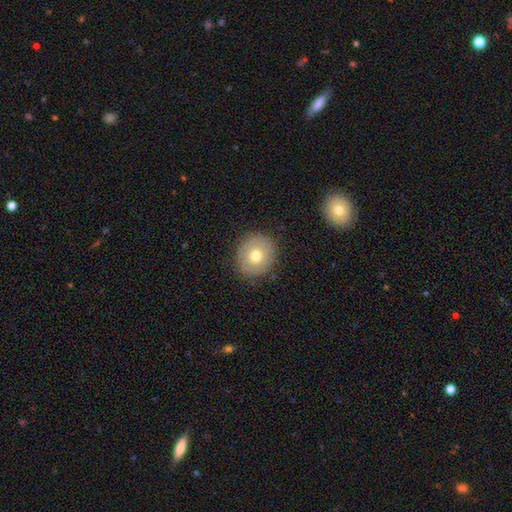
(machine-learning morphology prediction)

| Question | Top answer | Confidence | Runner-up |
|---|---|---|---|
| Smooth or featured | smooth | 71% | featured or disk (19%) |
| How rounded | round | 83% | in between (16%) |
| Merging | none | 88% | minor disturbance (8%) |